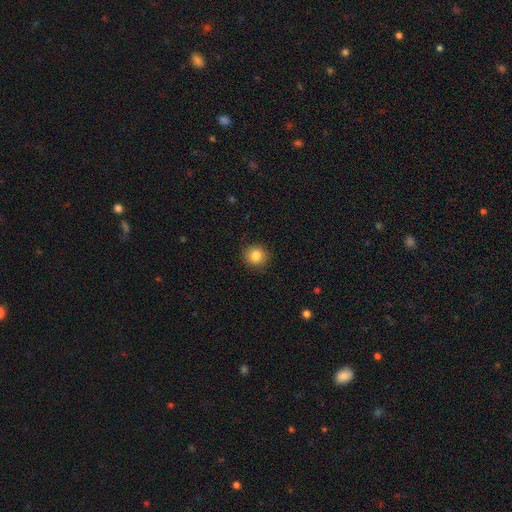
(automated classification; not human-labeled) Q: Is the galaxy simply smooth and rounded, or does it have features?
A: smooth — 84%.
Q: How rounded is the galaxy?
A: round — 90%.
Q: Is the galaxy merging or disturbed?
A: none — 90%.